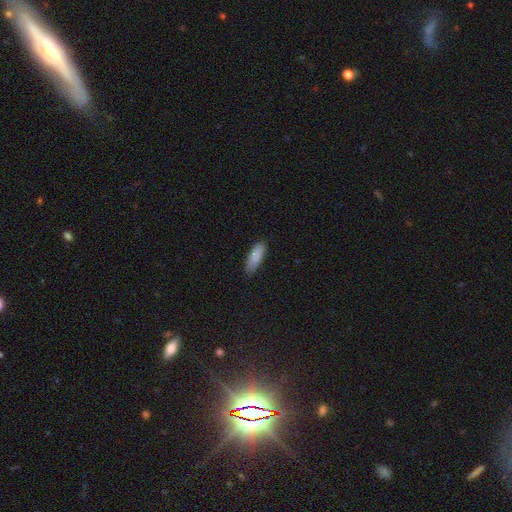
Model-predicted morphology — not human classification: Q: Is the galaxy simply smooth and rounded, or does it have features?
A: smooth — 88%.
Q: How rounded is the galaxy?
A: in between — 62%.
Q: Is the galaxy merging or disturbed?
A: none — 82%.